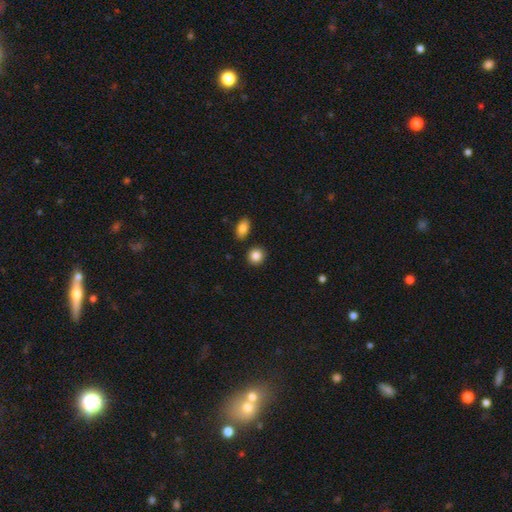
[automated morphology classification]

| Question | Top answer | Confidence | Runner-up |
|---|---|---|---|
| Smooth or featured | smooth | 86% | star or artifact (9%) |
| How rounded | round | 83% | in between (16%) |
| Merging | none | 86% | minor disturbance (7%) |